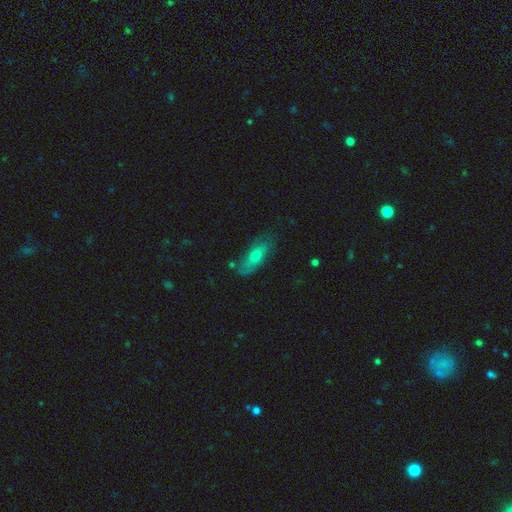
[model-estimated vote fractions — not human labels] Smooth or featured?
  - smooth: 56% *
  - featured or disk: 35%
  - star or artifact: 9%
How rounded?
  - in between: 67% *
  - cigar-shaped: 30%
  - round: 4%
Merging?
  - none: 68% *
  - minor disturbance: 23%
  - major disturbance: 6%
  - merger: 3%